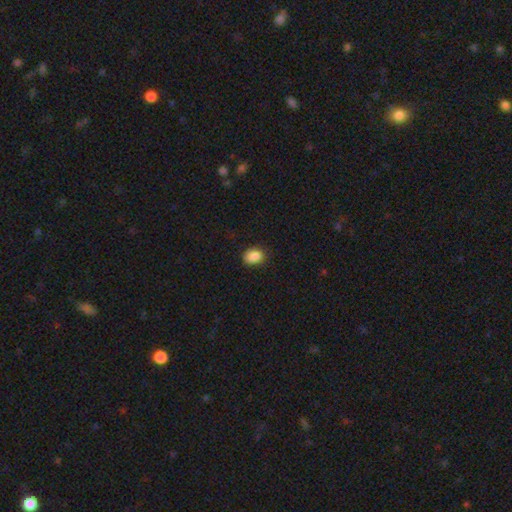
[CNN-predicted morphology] The model was most divided on "how rounded": in between: 70%, round: 29%, cigar-shaped: 1%. More confident: smooth or featured — smooth (87%); merging — none (77%).